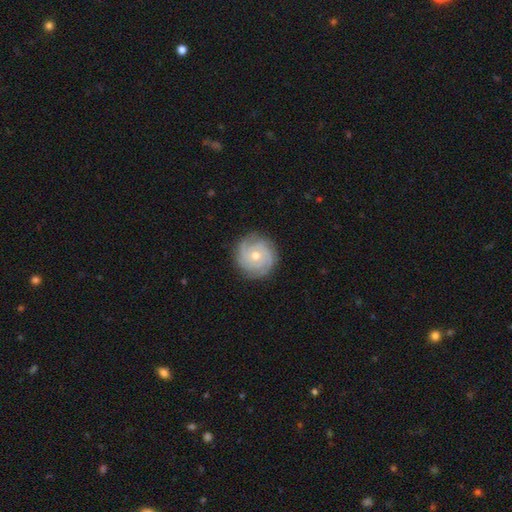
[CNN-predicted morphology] smooth-or-featured: featured or disk: 82% | smooth: 11% | star or artifact: 7%
  disk-edge-on: no: 98% | yes: 2%
    bar: no: 77% | weak: 19% | strong: 4%
    has-spiral-arms: yes: 97% | no: 3%
      spiral-winding: tight: 76% | medium: 20% | loose: 4%
      spiral-arm-count: 3: 35% | can't tell: 20% | 4: 18% | 2: 13% | more than 4: 7% | 1: 6%
    bulge-size: moderate: 53% | small: 44% | large: 1% | none: 1% | dominant: 1%
  merging: none: 87% | minor disturbance: 10% | major disturbance: 3% | merger: 1%